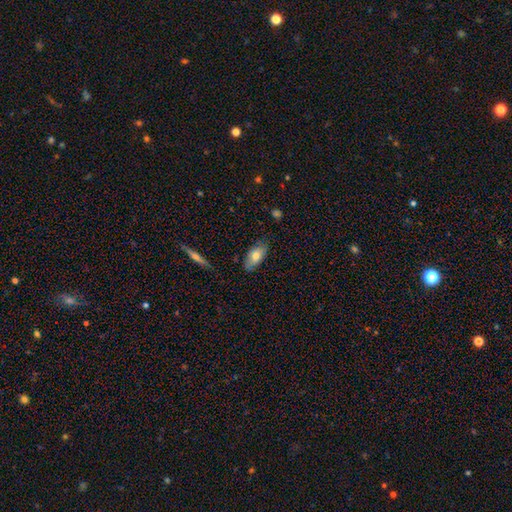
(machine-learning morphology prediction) smooth 69%, featured or disk 24%, star or artifact 7%. Down the decision tree: how rounded — in between (90%); merging — none (77%).